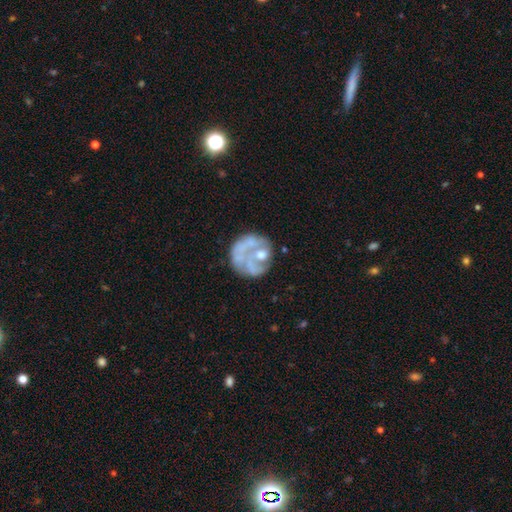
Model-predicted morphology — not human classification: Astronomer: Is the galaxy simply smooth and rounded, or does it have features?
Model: featured or disk — 61%.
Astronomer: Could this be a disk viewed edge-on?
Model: no — 98%.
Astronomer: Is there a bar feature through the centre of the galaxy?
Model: no — 89%.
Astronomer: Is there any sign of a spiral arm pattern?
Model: no — 78%.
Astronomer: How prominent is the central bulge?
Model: none — 45% (runner-up: moderate, 31%).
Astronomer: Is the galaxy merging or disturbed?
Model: none — 45% (runner-up: major disturbance, 25%).